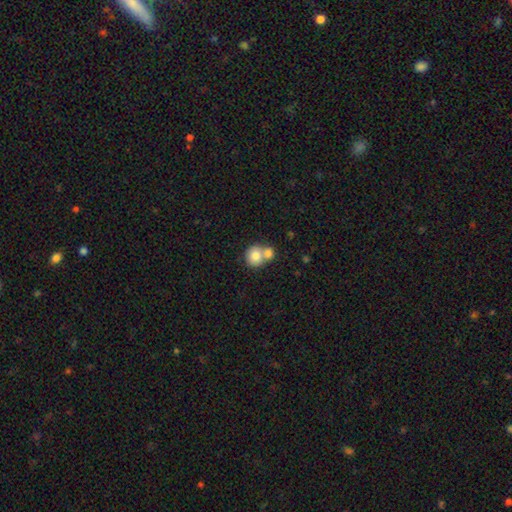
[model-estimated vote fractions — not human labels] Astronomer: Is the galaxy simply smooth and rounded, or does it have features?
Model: smooth — 77%.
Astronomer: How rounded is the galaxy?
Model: round — 85%.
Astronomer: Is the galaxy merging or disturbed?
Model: merger — 53% (runner-up: none, 38%).